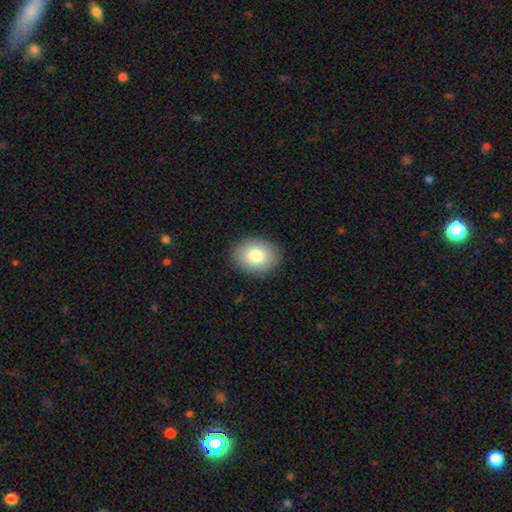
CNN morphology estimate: type=smooth (81%); roundness=in between (54%); merging=none (90%).